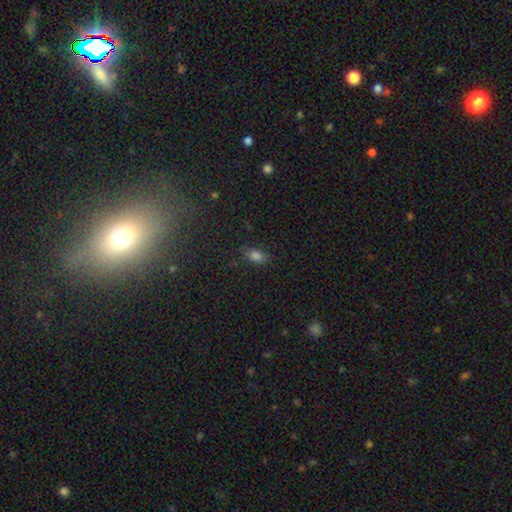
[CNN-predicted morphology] This is likely a smooth galaxy (77%). How rounded: clearly in between (86%). Merging: clearly none (80%).